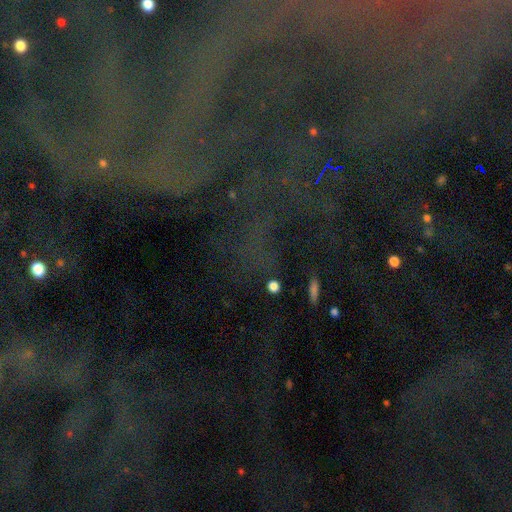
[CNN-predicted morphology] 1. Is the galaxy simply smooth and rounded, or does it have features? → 67% star or artifact, 19% featured or disk, 15% smooth.